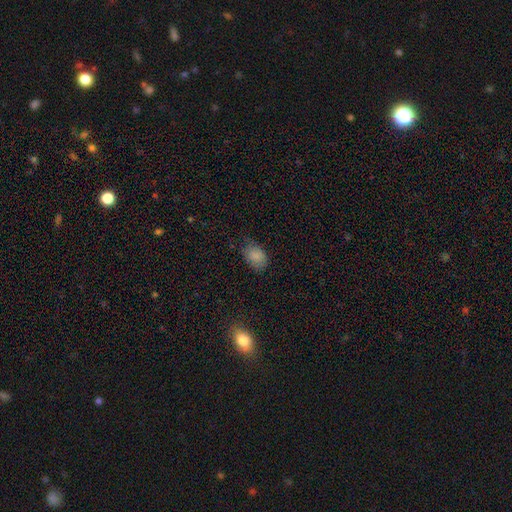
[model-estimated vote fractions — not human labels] Q: Smooth or featured?
A: smooth (85%); runner-up: star or artifact (9%)
Q: How rounded?
A: in between (82%); runner-up: round (17%)
Q: Merging?
A: none (67%); runner-up: minor disturbance (26%)